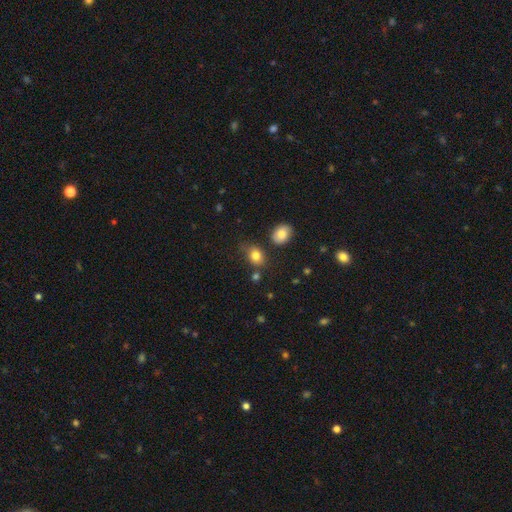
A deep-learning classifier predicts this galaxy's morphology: type=smooth (81%); roundness=in between (57%); merging=none (65%).